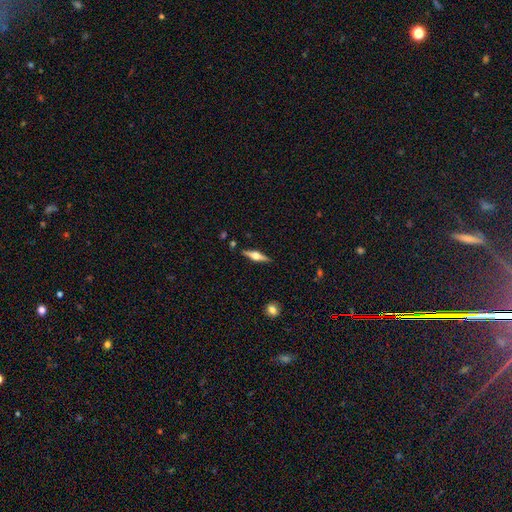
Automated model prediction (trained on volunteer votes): A featured or disk galaxy (73%) viewed edge-on (98%) with a rounded central bulge (93%).

Vote fractions:
- Smooth or featured? featured or disk: 73% / smooth: 22% / star or artifact: 6%
- Edge-on disk? yes: 98% / no: 2%
- Edge-on bulge? rounded: 93% / boxy: 5% / none: 2%
- Merging? none: 89% / minor disturbance: 7% / merger: 2% / major disturbance: 2%